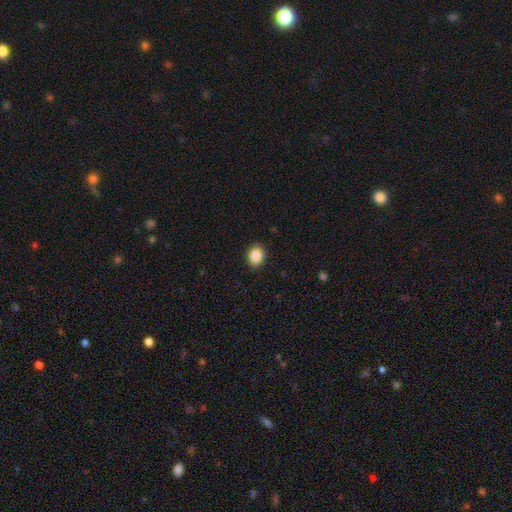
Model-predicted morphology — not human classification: A smooth galaxy with no disk features (88%) that is round (50%, tied with in between).

Vote fractions:
- Smooth or featured? smooth: 88% / star or artifact: 9% / featured or disk: 3%
- How rounded? round: 50% (tied) / in between: 50% (tied) / cigar-shaped: 1%
- Merging? none: 89% / minor disturbance: 8% / major disturbance: 2% / merger: 1%